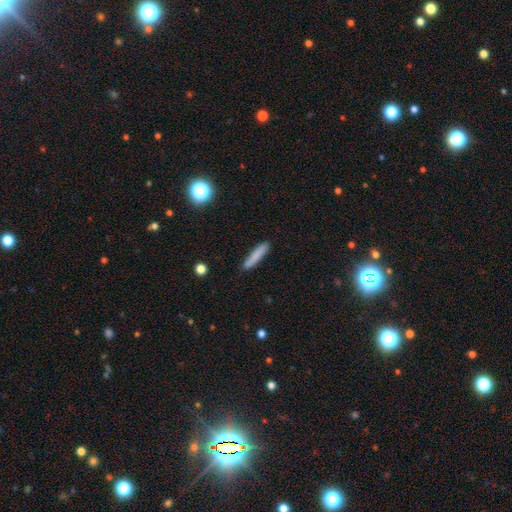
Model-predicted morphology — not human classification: The model was most divided on "smooth or featured": smooth: 81%, featured or disk: 11%, star or artifact: 7%. More confident: how rounded — cigar-shaped (91%); merging — none (85%).